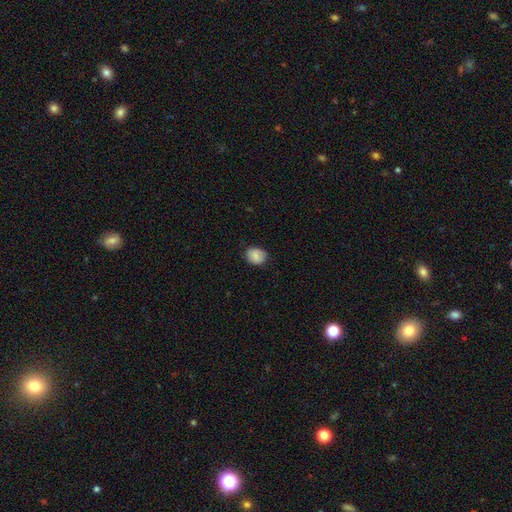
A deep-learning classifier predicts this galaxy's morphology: The model was most divided on "how rounded": round: 62%, in between: 37%, cigar-shaped: 1%. More confident: smooth or featured — smooth (83%); merging — none (80%).